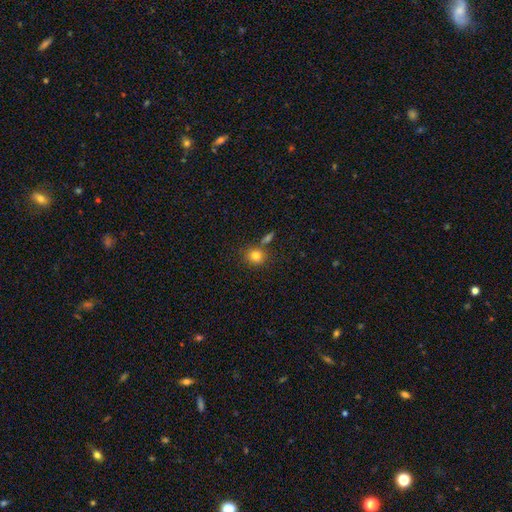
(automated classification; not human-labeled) This is clearly a smooth galaxy (81%). How rounded: clearly round (83%). Merging: likely none (70%).